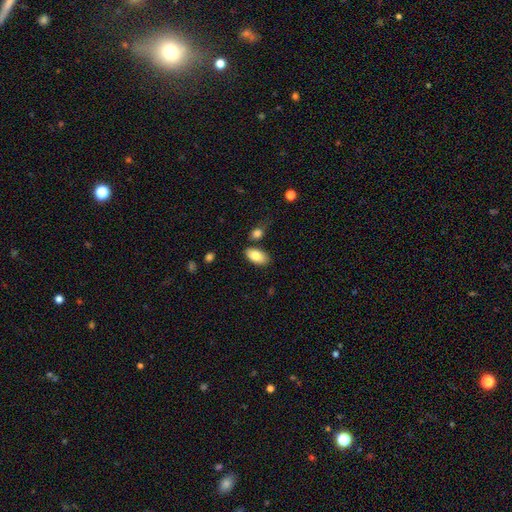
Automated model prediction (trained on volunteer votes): A smooth galaxy with no disk features (86%) that is in between round and cigar-shaped (95%). Merging: none (77%).